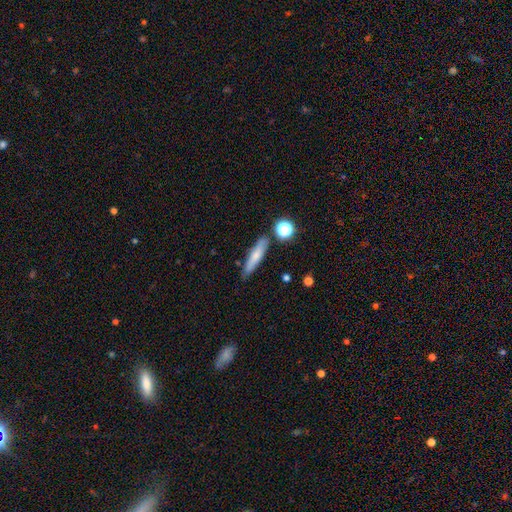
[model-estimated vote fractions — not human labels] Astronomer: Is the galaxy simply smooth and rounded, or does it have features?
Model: smooth — 66%.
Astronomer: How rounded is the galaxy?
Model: cigar-shaped — 82%.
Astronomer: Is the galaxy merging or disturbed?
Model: none — 78%.